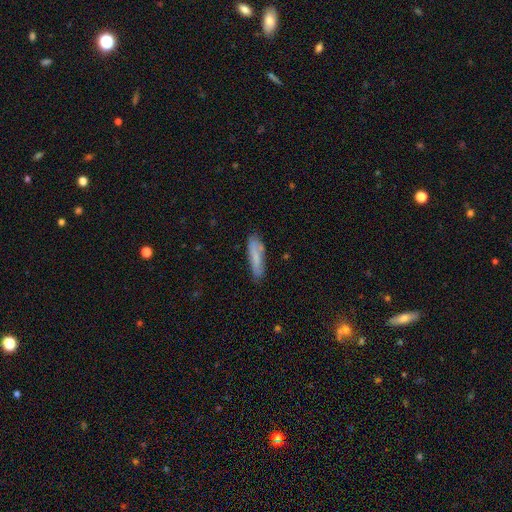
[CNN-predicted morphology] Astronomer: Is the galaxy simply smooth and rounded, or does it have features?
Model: smooth — 70%.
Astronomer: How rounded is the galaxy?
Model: cigar-shaped — 72%.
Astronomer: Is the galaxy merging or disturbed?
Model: none — 77%.